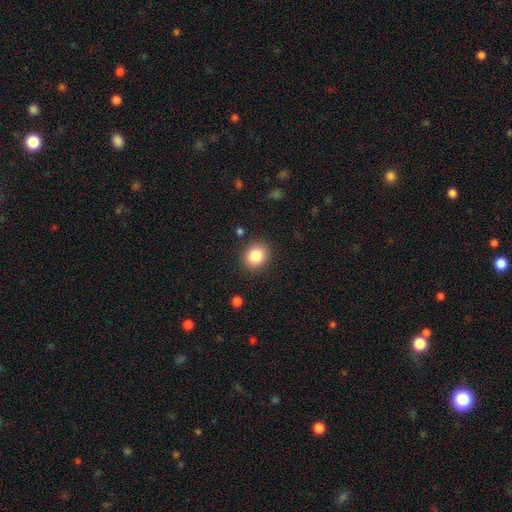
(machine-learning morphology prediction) This is clearly a smooth galaxy (84%). How rounded: likely round (70%). Merging: clearly none (89%).